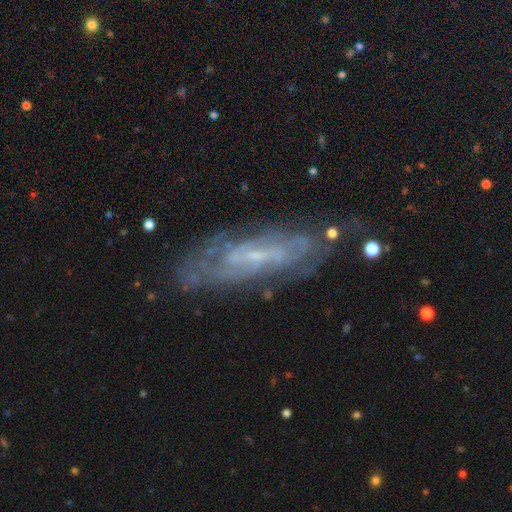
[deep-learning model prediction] A featured or disk galaxy (76%) with no bar (45%), spiral arms (83%) and a small central bulge (71%). Merging: none (74%).